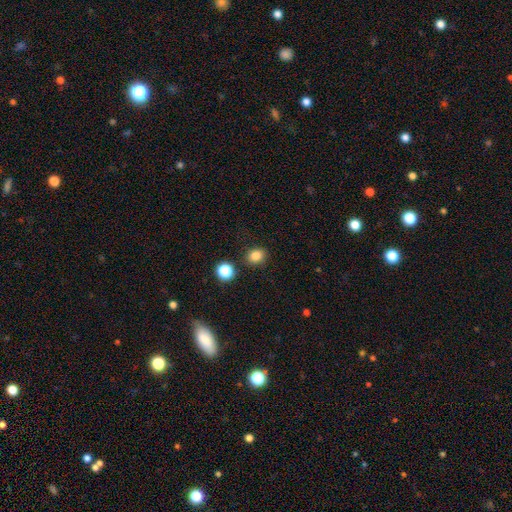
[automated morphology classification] smooth-or-featured: smooth: 83% | star or artifact: 12% | featured or disk: 5%
  how-rounded: round: 58% | in between: 41% | cigar-shaped: 1%
  merging: none: 84% | minor disturbance: 9% | merger: 4% | major disturbance: 3%